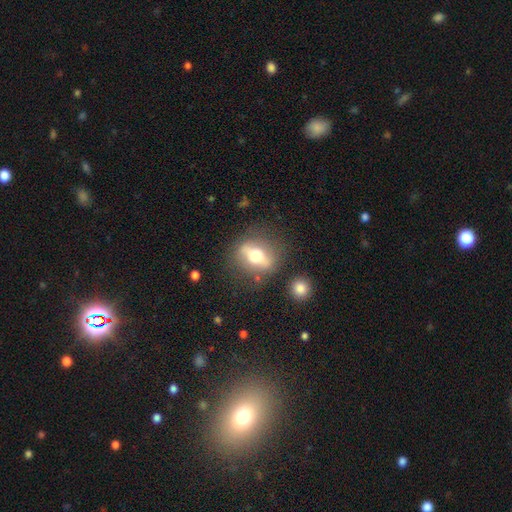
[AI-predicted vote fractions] Overall: featured or disk (53%; smooth 39%). Edge-on disk: no (50%, tied with yes). Merging: none (77%).